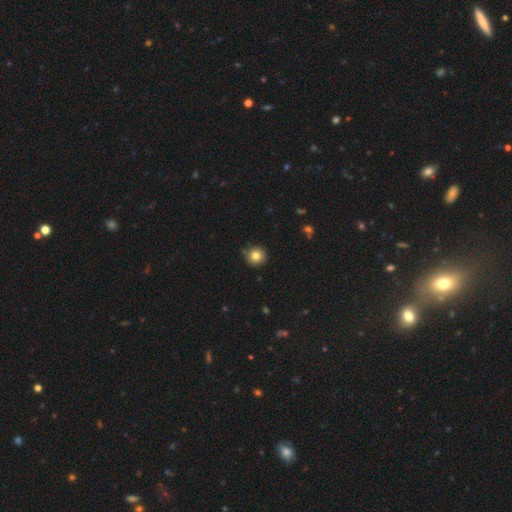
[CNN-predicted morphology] Smooth or featured: smooth — 81% (star or artifact — 11%)
How rounded: round — 95% (in between — 4%)
Merging: none — 86% (minor disturbance — 10%)